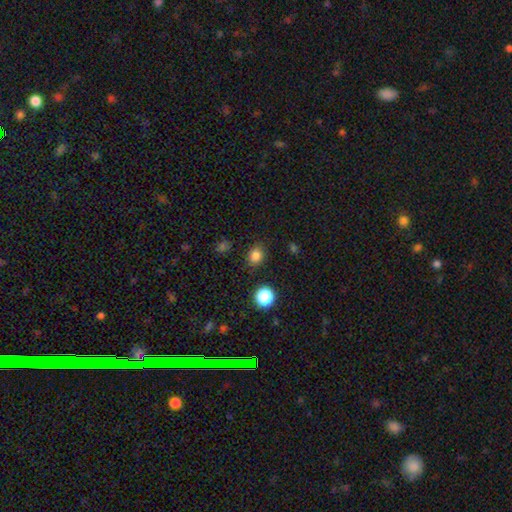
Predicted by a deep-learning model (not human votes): Smooth or featured: smooth — 81% (star or artifact — 14%)
How rounded: round — 66% (in between — 33%)
Merging: none — 86% (minor disturbance — 9%)